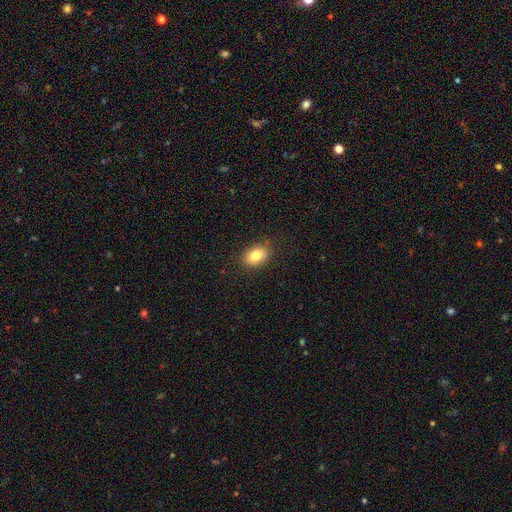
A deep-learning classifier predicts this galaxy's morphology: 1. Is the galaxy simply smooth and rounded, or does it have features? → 81% smooth, 10% featured or disk, 9% star or artifact.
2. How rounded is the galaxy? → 77% in between, 21% round, 1% cigar-shaped.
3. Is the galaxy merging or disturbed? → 86% none, 11% minor disturbance, 3% major disturbance, 1% merger.